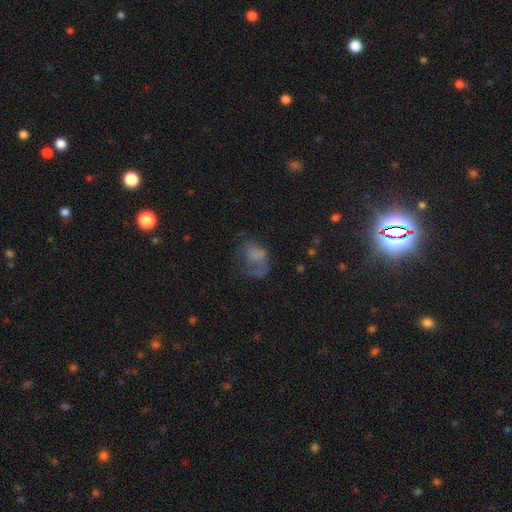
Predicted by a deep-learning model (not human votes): This is possibly a smooth galaxy (51%). How rounded: likely in between (69%). Merging: possibly major disturbance (47%).